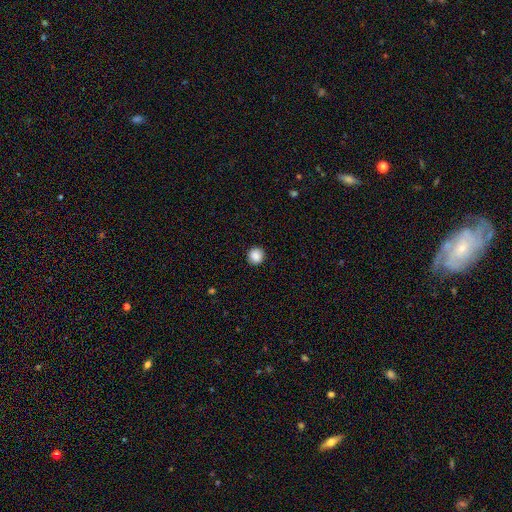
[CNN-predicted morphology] smooth-or-featured: smooth: 88% | star or artifact: 9% | featured or disk: 3%
  how-rounded: round: 94% | in between: 5% | cigar-shaped: 1%
  merging: none: 92% | minor disturbance: 5% | major disturbance: 2% | merger: 1%